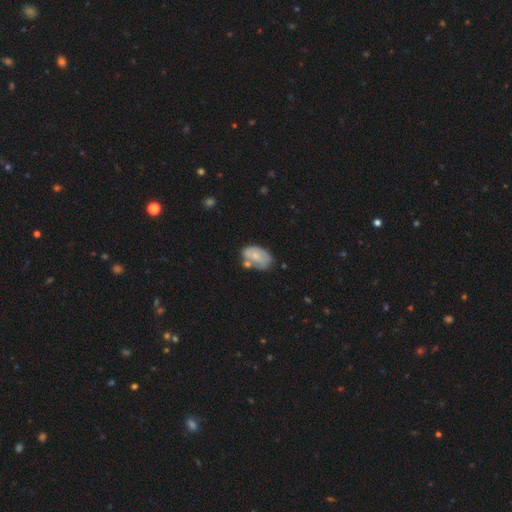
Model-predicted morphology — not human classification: A smooth galaxy with no disk features (64%) that is in between round and cigar-shaped (89%). Merging: none (44%).